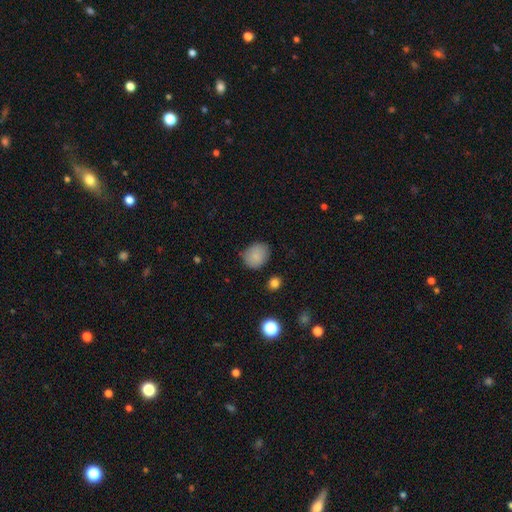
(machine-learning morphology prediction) A smooth galaxy with no disk features (85%) that is round (60%).

Vote fractions:
- Smooth or featured? smooth: 85% / star or artifact: 9% / featured or disk: 6%
- How rounded? round: 60% / in between: 39% / cigar-shaped: 1%
- Merging? none: 77% / minor disturbance: 18% / major disturbance: 4% / merger: 2%